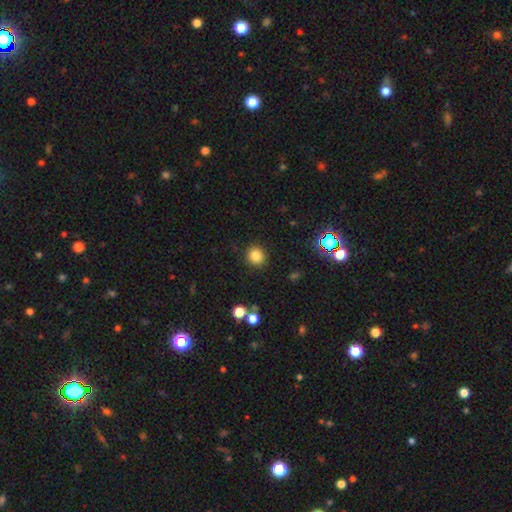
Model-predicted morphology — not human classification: A smooth galaxy with no disk features (83%) that is round (86%). Merging: none (89%).